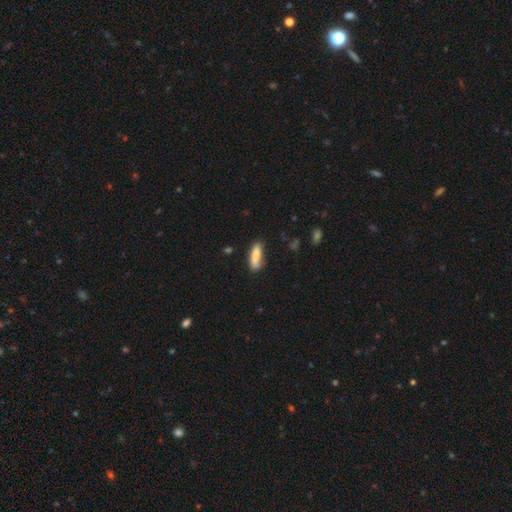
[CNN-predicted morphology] This is clearly a smooth galaxy (82%). How rounded: possibly cigar-shaped (55%). Merging: likely none (69%).